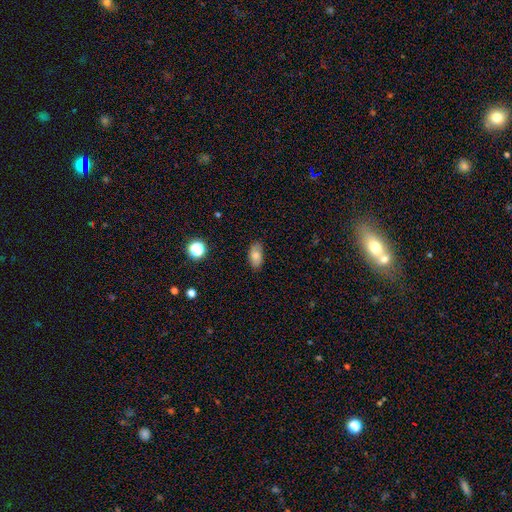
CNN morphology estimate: Smooth or featured?
  - smooth: 76% *
  - featured or disk: 14%
  - star or artifact: 9%
How rounded?
  - in between: 92% *
  - round: 5%
  - cigar-shaped: 3%
Merging?
  - none: 82% *
  - minor disturbance: 14%
  - major disturbance: 3%
  - merger: 1%